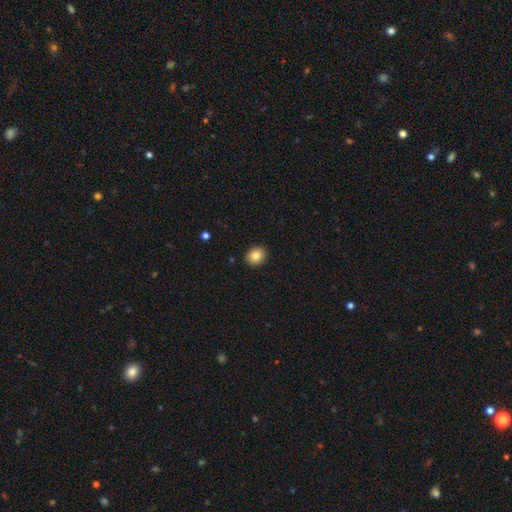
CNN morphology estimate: A smooth galaxy with no disk features (83%) that is round (66%).

Vote fractions:
- Smooth or featured? smooth: 83% / star or artifact: 9% / featured or disk: 7%
- How rounded? round: 66% / in between: 33% / cigar-shaped: 1%
- Merging? none: 91% / minor disturbance: 6% / major disturbance: 2% / merger: 1%